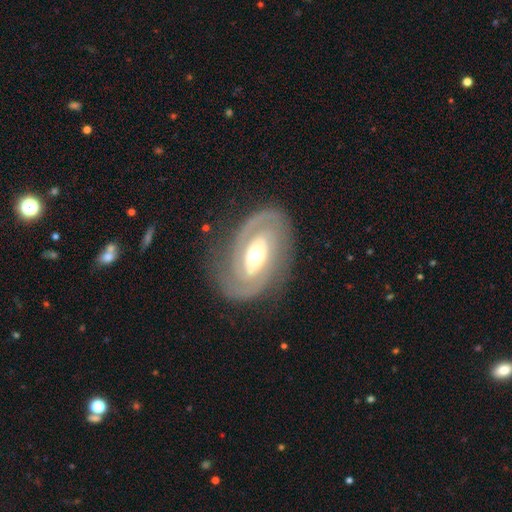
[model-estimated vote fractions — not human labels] A featured or disk galaxy (87%) with no bar (48%), 2 (78%) tight (60%) spiral arms (94%) and a moderate central bulge (69%).

Vote fractions:
- Smooth or featured? featured or disk: 87% / smooth: 8% / star or artifact: 4%
- Edge-on disk? no: 96% / yes: 4%
- Bar? no: 48% / weak: 31% / strong: 21%
- Spiral arms? yes: 94% / no: 6%
- Spiral winding? tight: 60% / medium: 32% / loose: 8%
- Spiral arm count? 2: 78% / can't tell: 9% / 3: 5% / 1: 4% / 4: 2% / more than 4: 2%
- Bulge size? moderate: 69% / small: 15% / large: 14% / dominant: 1% / none: 1%
- Merging? none: 80% / minor disturbance: 13% / major disturbance: 6% / merger: 1%